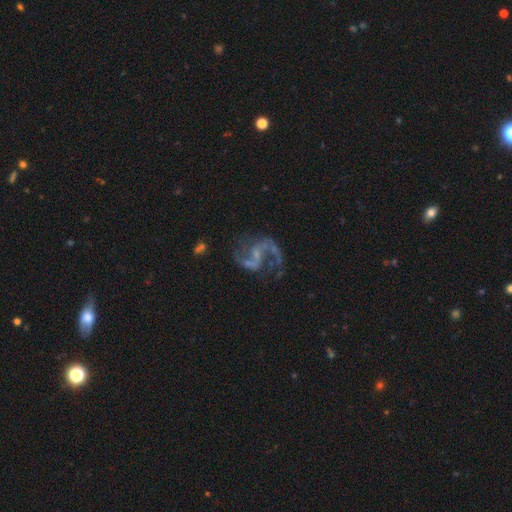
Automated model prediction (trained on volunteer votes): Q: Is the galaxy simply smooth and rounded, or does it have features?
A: featured or disk — 89%.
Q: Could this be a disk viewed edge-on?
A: no — 98%.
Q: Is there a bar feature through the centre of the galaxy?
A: weak — 49%.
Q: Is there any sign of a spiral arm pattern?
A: yes — 95%.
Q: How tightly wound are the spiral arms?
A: loose — 62%.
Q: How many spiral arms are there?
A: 2 — 90%.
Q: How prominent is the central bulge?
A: small — 48%.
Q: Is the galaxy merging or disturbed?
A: none — 61%.